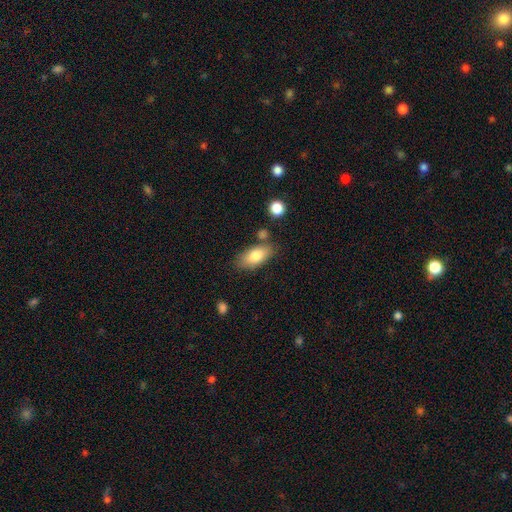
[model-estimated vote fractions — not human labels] Smooth or featured?
  - smooth: 79% *
  - featured or disk: 14%
  - star or artifact: 7%
How rounded?
  - in between: 89% *
  - cigar-shaped: 8%
  - round: 3%
Merging?
  - none: 74% *
  - minor disturbance: 15%
  - merger: 8%
  - major disturbance: 4%